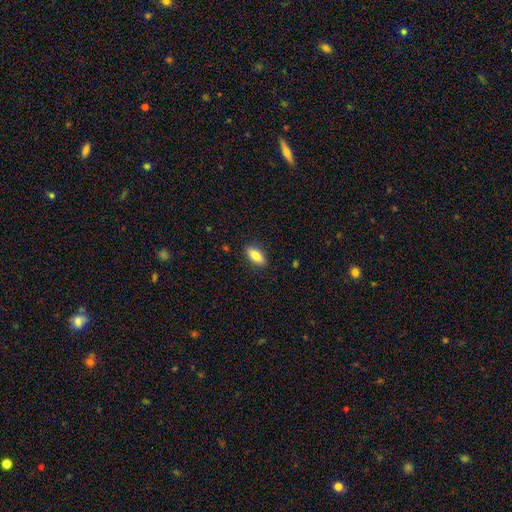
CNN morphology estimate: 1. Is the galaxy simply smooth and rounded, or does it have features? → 78% smooth, 15% featured or disk, 7% star or artifact.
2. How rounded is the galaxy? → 84% in between, 13% cigar-shaped, 3% round.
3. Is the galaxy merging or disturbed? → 86% none, 10% minor disturbance, 2% major disturbance, 1% merger.